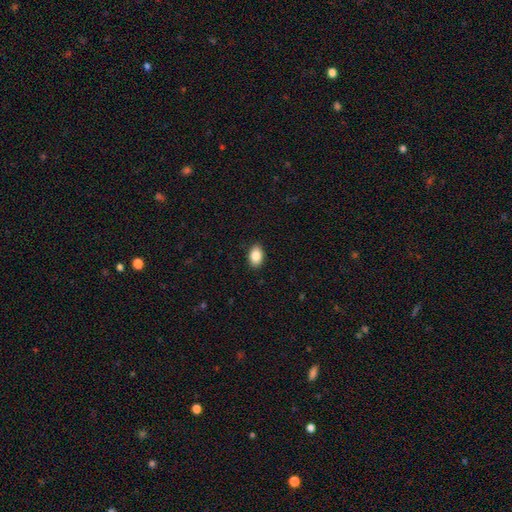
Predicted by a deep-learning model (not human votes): This is clearly a smooth galaxy (87%). How rounded: clearly in between (89%). Merging: clearly none (90%).